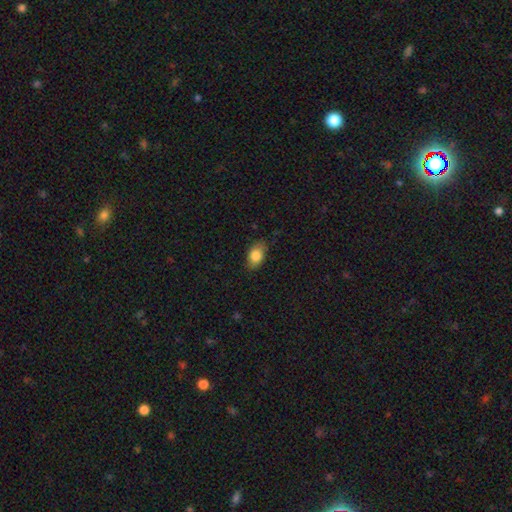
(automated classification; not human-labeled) This is clearly a smooth galaxy (82%). How rounded: clearly in between (85%). Merging: likely none (77%).